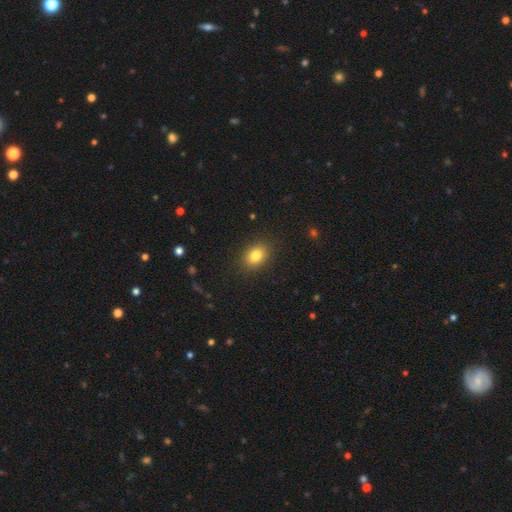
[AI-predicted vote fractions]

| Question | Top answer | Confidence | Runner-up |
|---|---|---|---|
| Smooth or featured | smooth | 83% | star or artifact (10%) |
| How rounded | in between | 71% | round (28%) |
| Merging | none | 88% | minor disturbance (9%) |